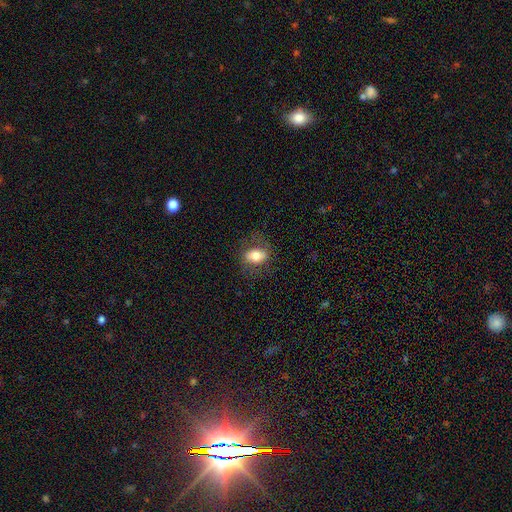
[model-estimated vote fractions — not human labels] The model was most divided on "smooth or featured": smooth: 73%, featured or disk: 19%, star or artifact: 8%. More confident: how rounded — in between (78%); merging — none (73%).